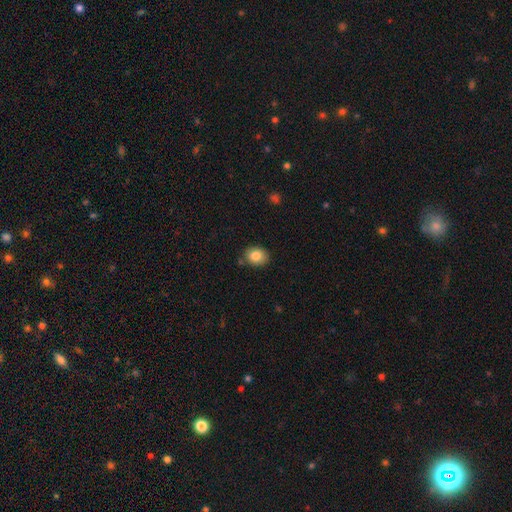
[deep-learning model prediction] Q: Smooth or featured?
A: smooth (83%); runner-up: star or artifact (9%)
Q: How rounded?
A: in between (51%); runner-up: round (49%)
Q: Merging?
A: none (81%); runner-up: minor disturbance (13%)